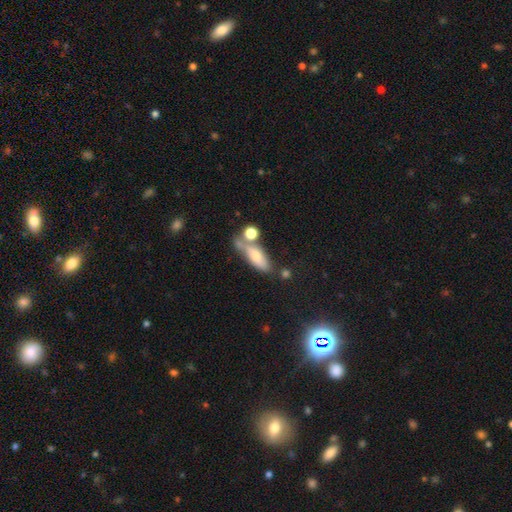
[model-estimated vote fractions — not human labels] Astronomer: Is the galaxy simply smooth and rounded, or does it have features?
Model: smooth — 64%.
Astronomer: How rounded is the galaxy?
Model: in between — 67%.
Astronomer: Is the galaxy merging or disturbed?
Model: none — 42% (runner-up: merger, 27%).